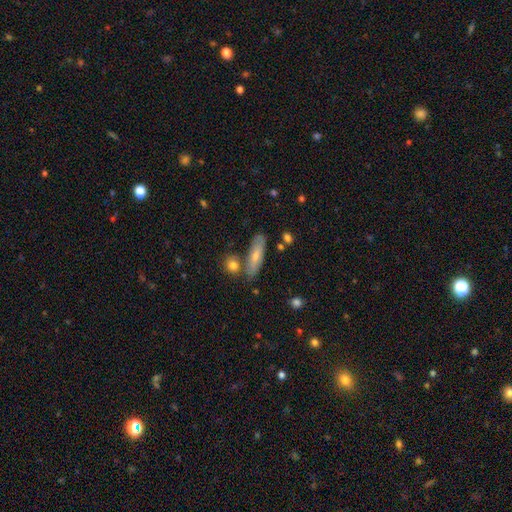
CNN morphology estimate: Overall: smooth (65%; featured or disk 28%). How rounded: cigar-shaped (52%; in between 45%). Merging: none (73%).